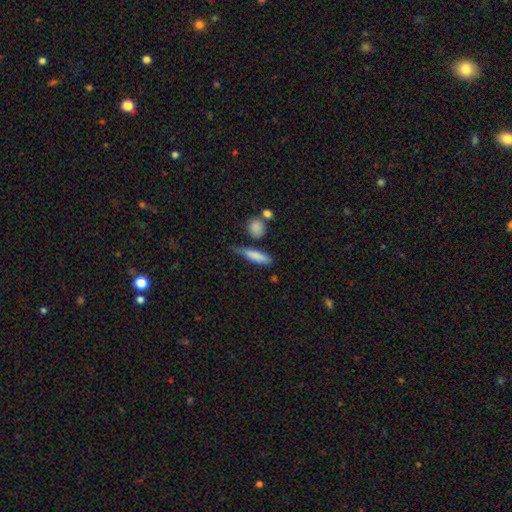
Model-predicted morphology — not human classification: This is likely a smooth galaxy (79%). How rounded: likely cigar-shaped (64%). Merging: possibly none (52%).